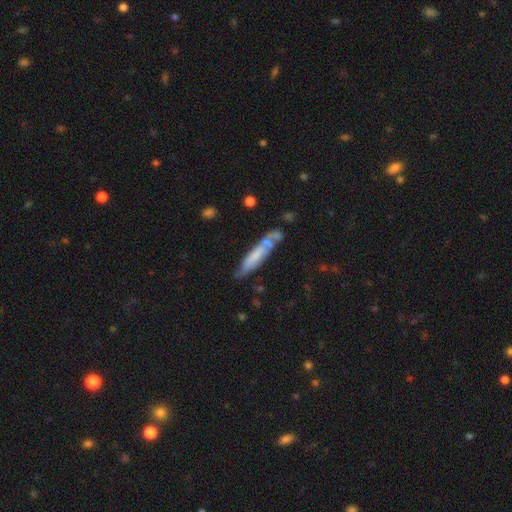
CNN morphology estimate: Smooth or featured? Predicted: smooth (p=0.53). How rounded? Predicted: cigar-shaped (p=0.81). Merging? Predicted: none (p=0.54).